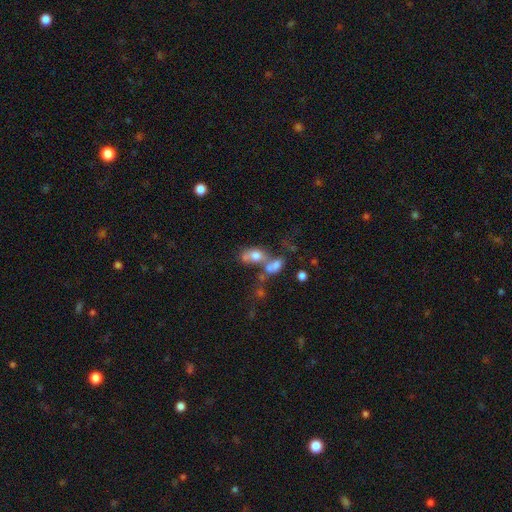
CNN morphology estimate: Smooth or featured? smooth (63%)
How rounded? in between (69%)
Merging? merger (55%)